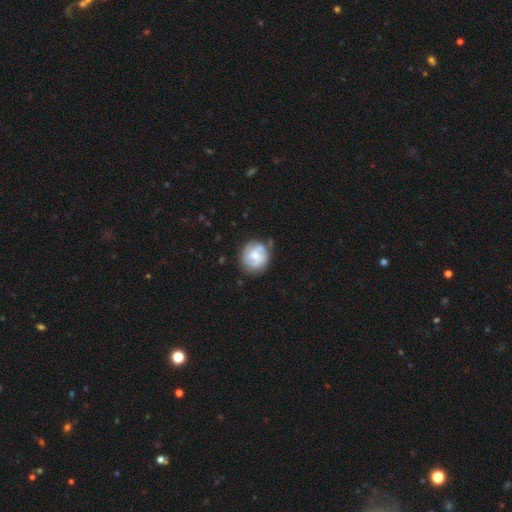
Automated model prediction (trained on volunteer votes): smooth 47%, featured or disk 46%, star or artifact 7%. Down the decision tree: merging — none (67%).